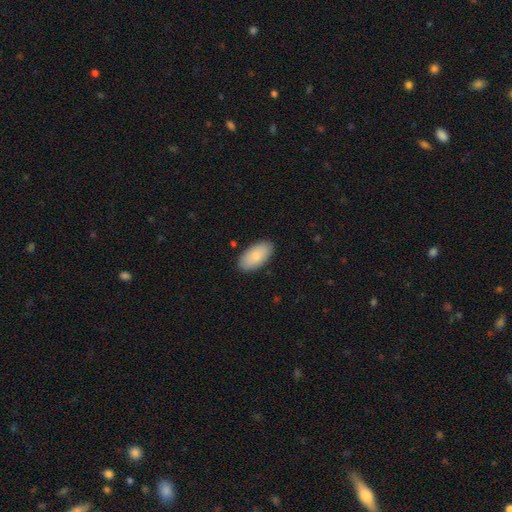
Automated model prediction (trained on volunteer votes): smooth 83%, featured or disk 11%, star or artifact 6%. Down the decision tree: how rounded — in between (95%); merging — none (87%).